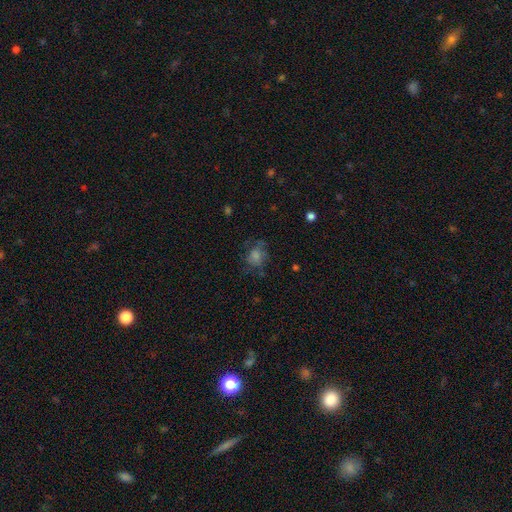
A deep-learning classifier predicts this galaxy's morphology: Q: Smooth or featured?
A: smooth (43%); runner-up: featured or disk (36%)
Q: Merging?
A: none (62%); runner-up: minor disturbance (20%)